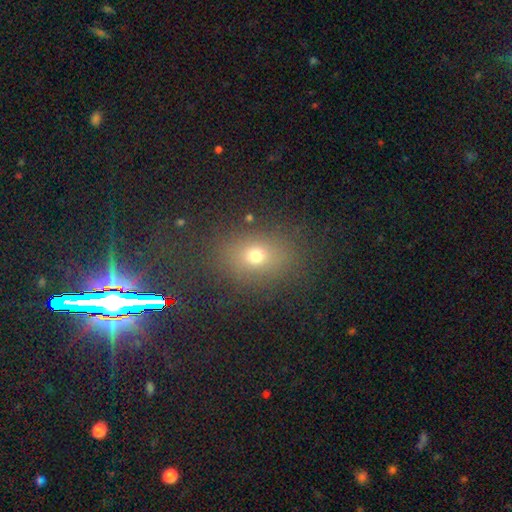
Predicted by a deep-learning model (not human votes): smooth_or_featured: smooth (p=0.68) [alt: star or artifact p=0.20]
how_rounded: in between (p=0.58) [alt: round p=0.41]
merging: none (p=0.80) [alt: minor disturbance p=0.11]